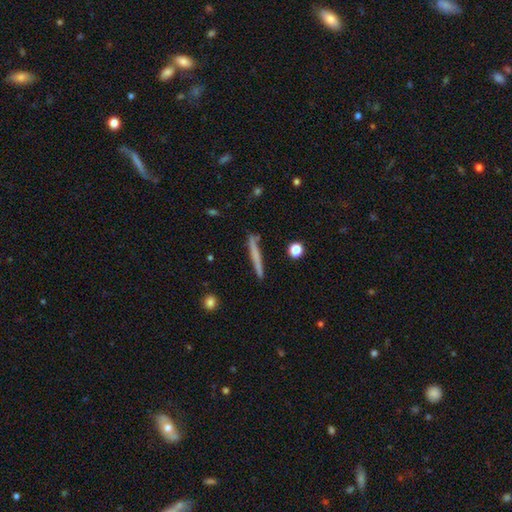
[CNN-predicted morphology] smooth 54%, featured or disk 39%, star or artifact 7%. Down the decision tree: how rounded — cigar-shaped (96%); merging — none (86%).